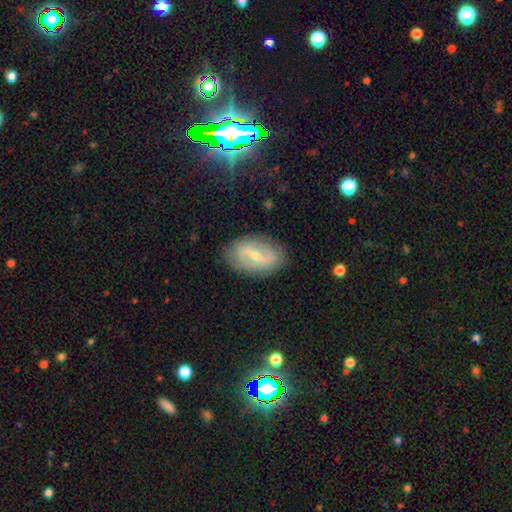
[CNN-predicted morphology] Smooth or featured? featured or disk (68%)
Edge-on disk? no (91%)
Bar? strong (48%)
Spiral arms? yes (51%)
Bulge size? small (52%)
Merging? none (82%)